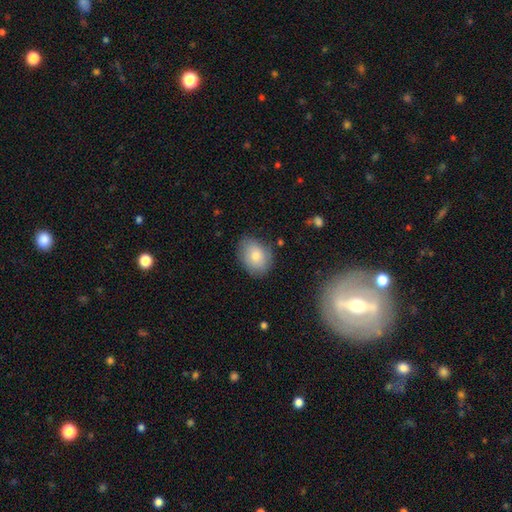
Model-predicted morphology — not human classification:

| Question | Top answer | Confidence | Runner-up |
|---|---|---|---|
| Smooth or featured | smooth | 76% | featured or disk (15%) |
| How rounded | in between | 65% | round (34%) |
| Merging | none | 80% | minor disturbance (15%) |